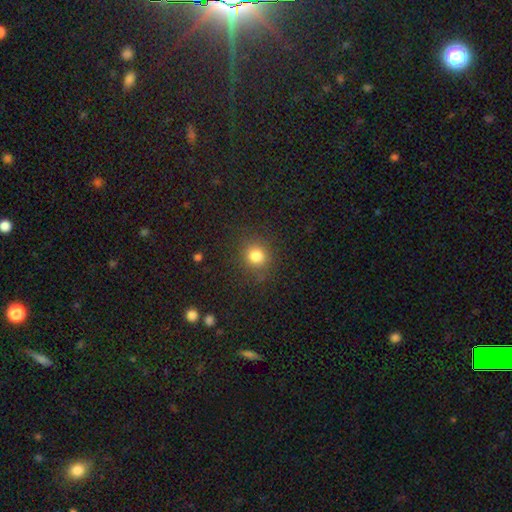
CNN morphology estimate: Q: Smooth or featured?
A: smooth (81%); runner-up: star or artifact (14%)
Q: How rounded?
A: round (85%); runner-up: in between (14%)
Q: Merging?
A: none (86%); runner-up: minor disturbance (9%)